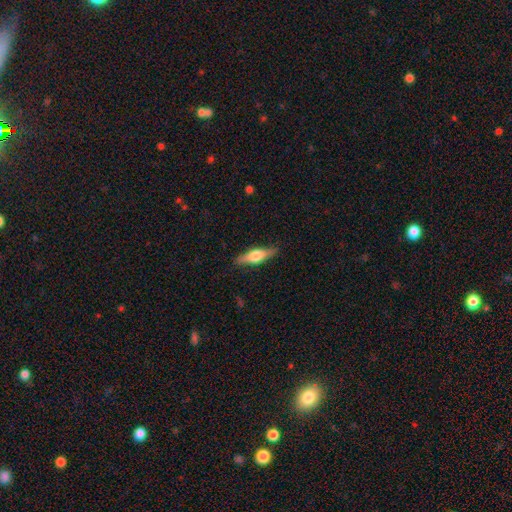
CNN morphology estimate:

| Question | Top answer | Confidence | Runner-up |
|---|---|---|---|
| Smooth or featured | featured or disk | 57% | smooth (37%) |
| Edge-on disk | yes | 94% | no (6%) |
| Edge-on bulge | rounded | 91% | boxy (7%) |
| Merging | none | 86% | minor disturbance (10%) |